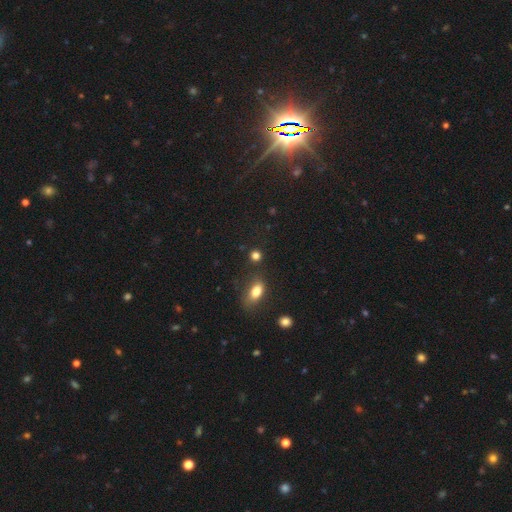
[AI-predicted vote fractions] smooth-or-featured: smooth: 79% | star or artifact: 15% | featured or disk: 6%
  how-rounded: round: 77% | in between: 21% | cigar-shaped: 2%
  merging: none: 77% | minor disturbance: 11% | merger: 7% | major disturbance: 5%